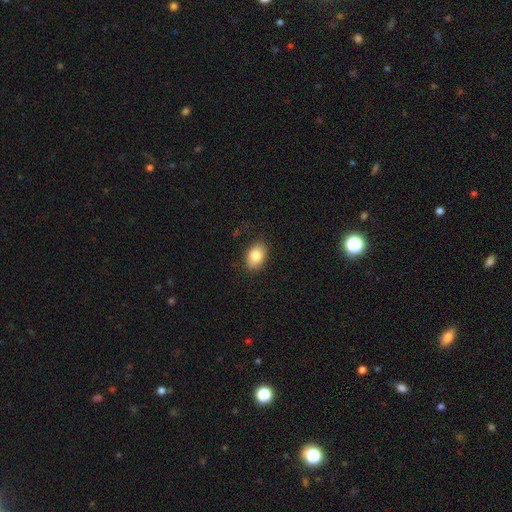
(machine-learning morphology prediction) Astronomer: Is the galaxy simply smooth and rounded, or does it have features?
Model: smooth — 82%.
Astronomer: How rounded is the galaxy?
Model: in between — 82%.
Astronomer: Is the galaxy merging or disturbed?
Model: none — 83%.